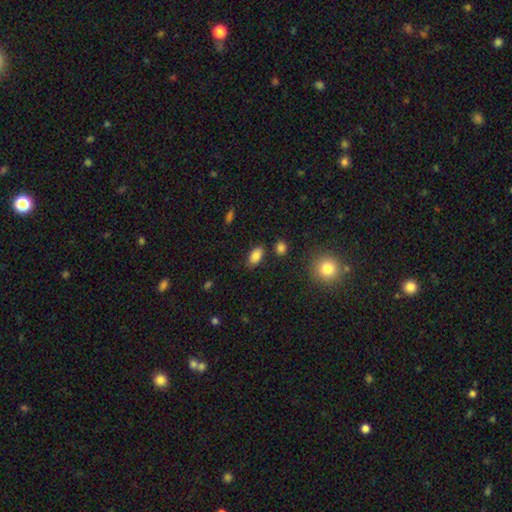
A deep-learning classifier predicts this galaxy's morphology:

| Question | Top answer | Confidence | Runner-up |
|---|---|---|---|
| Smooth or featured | smooth | 85% | star or artifact (9%) |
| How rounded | in between | 91% | round (5%) |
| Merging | none | 82% | minor disturbance (12%) |